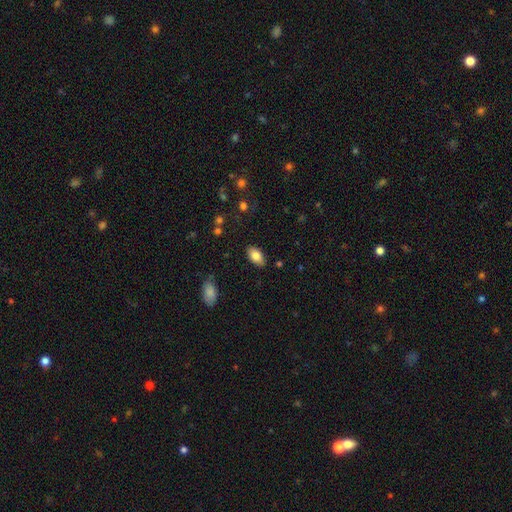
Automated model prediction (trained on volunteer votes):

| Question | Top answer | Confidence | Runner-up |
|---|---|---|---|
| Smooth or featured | smooth | 81% | featured or disk (11%) |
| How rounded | in between | 93% | round (5%) |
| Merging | none | 86% | minor disturbance (11%) |